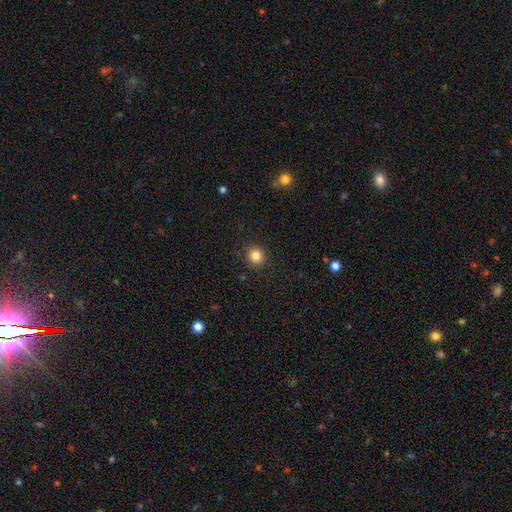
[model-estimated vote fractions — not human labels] This is clearly a smooth galaxy (83%). How rounded: clearly round (90%). Merging: clearly none (91%).